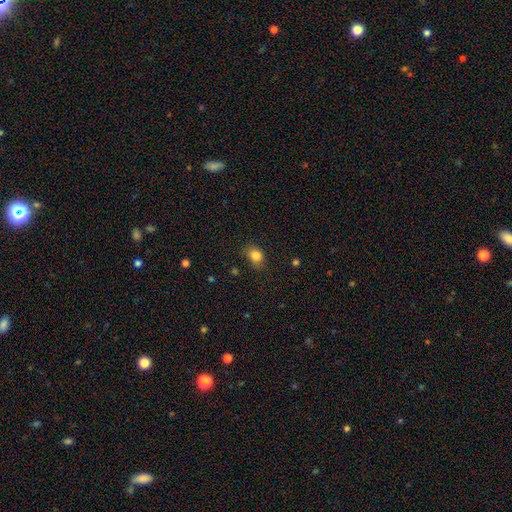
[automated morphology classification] type=smooth (84%); roundness=in between (58%); merging=none (75%).